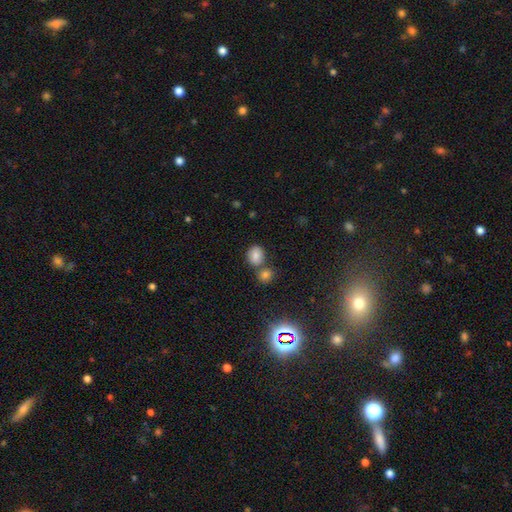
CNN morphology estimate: This is likely a smooth galaxy (80%). How rounded: possibly round (60%). Merging: possibly none (56%).